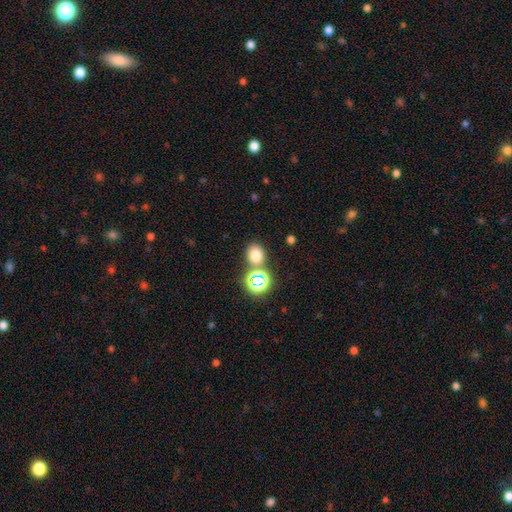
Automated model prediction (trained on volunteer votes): A smooth galaxy with no disk features (72%) that is round (61%). Merging: none (71%).